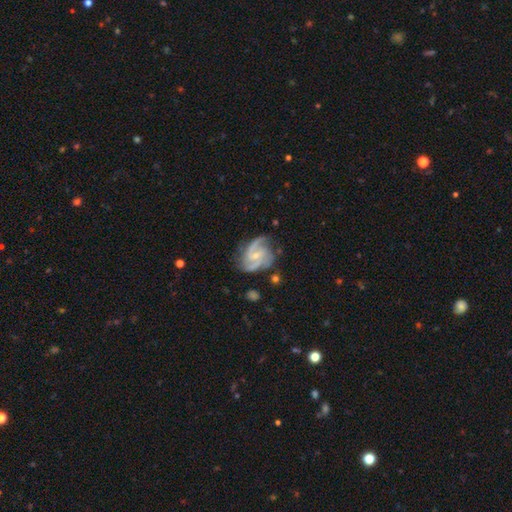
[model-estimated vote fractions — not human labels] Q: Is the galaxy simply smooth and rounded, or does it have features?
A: featured or disk — 89%.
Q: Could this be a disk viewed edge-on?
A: no — 98%.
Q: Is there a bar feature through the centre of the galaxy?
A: weak — 44%.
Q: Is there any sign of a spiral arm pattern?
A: yes — 98%.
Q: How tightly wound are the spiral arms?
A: medium — 54%.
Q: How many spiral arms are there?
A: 3 — 40%.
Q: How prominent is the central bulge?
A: small — 69%.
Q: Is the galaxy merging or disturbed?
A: none — 66%.